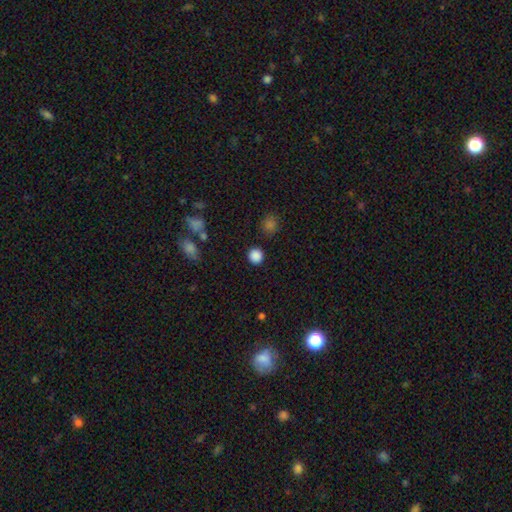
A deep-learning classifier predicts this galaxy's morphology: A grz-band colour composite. It shows a smooth galaxy with no disk features (85%) that is round (93%). Merging: none (89%).